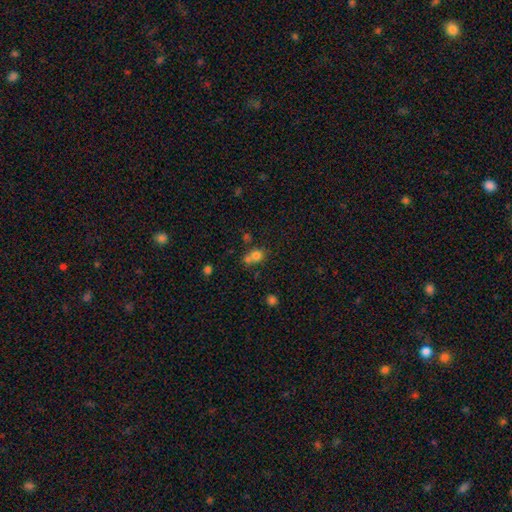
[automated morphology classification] Overall: smooth (76%). How rounded: round (74%). Merging: merger (43%; none 42%).